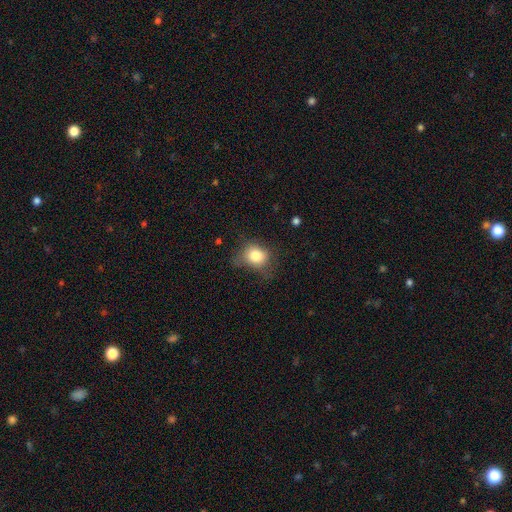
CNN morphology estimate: This appears to be a smooth galaxy with no disk features (80%) that is round (64%). Merging: none (52%).